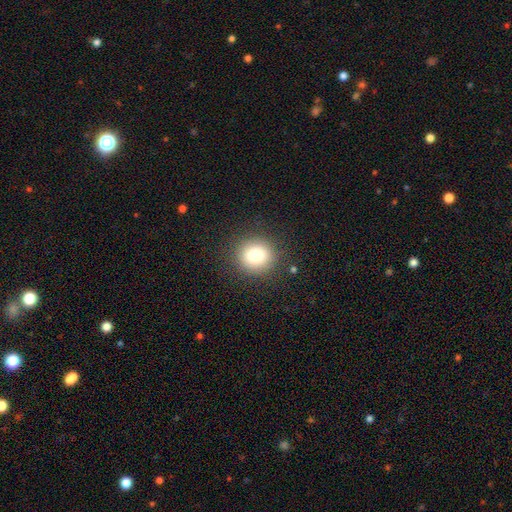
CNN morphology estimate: The model was most divided on "smooth or featured": smooth: 81%, star or artifact: 11%, featured or disk: 8%. More confident: merging — none (88%); how rounded — round (86%).